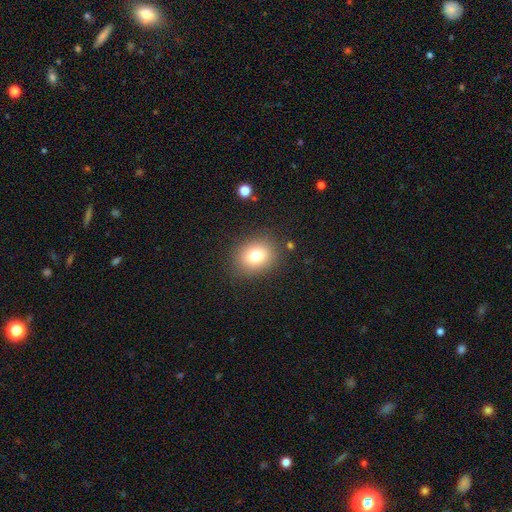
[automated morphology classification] smooth 77%, star or artifact 12%, featured or disk 11%. Down the decision tree: how rounded — round (62%); merging — none (86%).